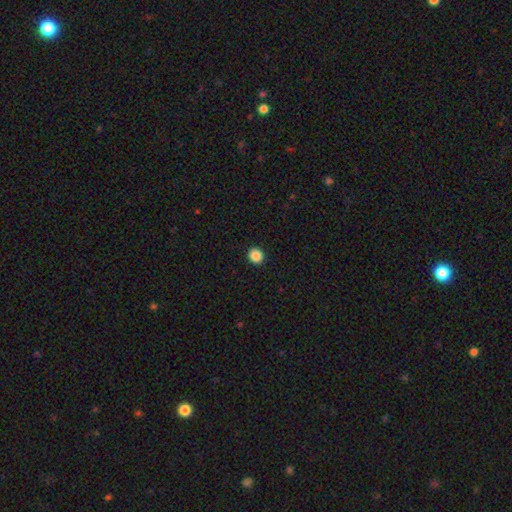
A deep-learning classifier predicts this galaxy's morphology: smooth_or_featured: smooth (p=0.87) [alt: star or artifact p=0.10]
how_rounded: round (p=0.87) [alt: in between p=0.12]
merging: none (p=0.93) [alt: minor disturbance p=0.04]